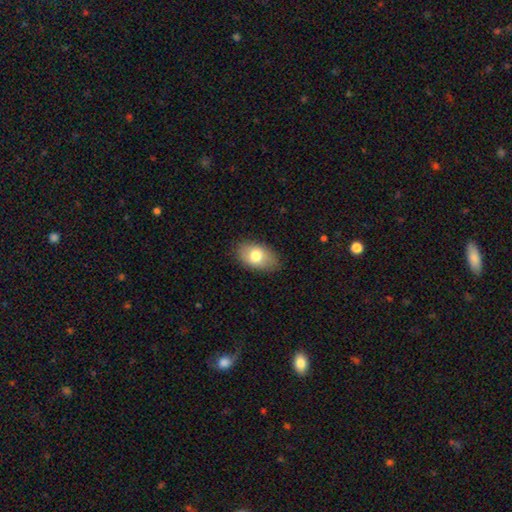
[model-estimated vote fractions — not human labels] A smooth galaxy with no disk features (76%) that is in between round and cigar-shaped (91%). Merging: none (83%).